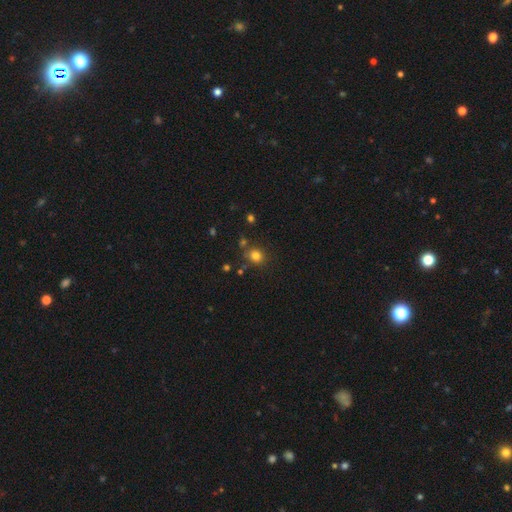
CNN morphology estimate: A smooth galaxy with no disk features (79%) that is round (80%). Merging: none (75%).